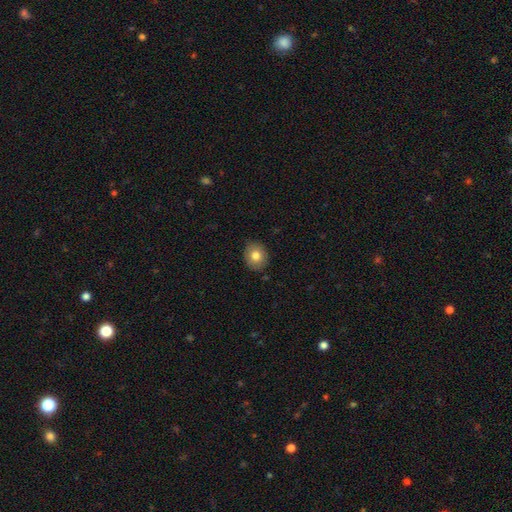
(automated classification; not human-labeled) smooth_or_featured: smooth (p=0.79) [alt: featured or disk p=0.12]
how_rounded: round (p=0.65) [alt: in between p=0.34]
merging: none (p=0.85) [alt: minor disturbance p=0.12]